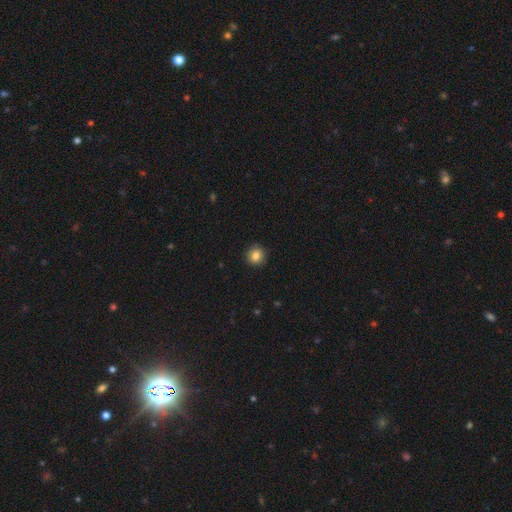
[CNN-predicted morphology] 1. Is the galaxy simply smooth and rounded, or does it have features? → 84% smooth, 10% star or artifact, 5% featured or disk.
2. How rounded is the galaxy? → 92% round, 7% in between, 1% cigar-shaped.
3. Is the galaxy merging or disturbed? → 90% none, 7% minor disturbance, 2% major disturbance, 1% merger.